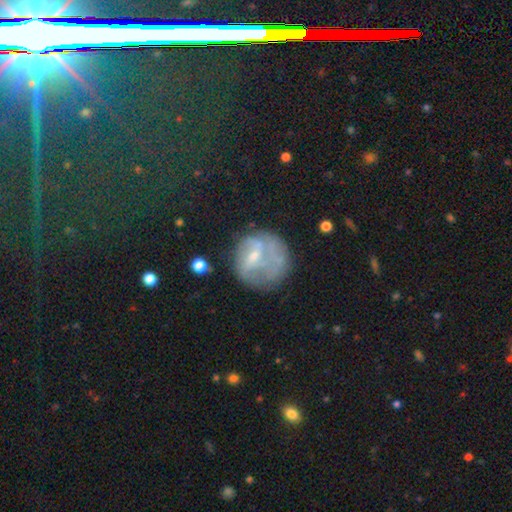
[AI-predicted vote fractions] A featured or disk galaxy (52%) with no bar (53%), no spiral arms (61%) and a small central bulge (59%).

Vote fractions:
- Smooth or featured? featured or disk: 52% / smooth: 36% / star or artifact: 12%
- Edge-on disk? no: 97% / yes: 3%
- Bar? no: 53% / weak: 37% / strong: 10%
- Spiral arms? no: 61% / yes: 39%
- Bulge size? small: 59% / moderate: 23% / none: 15% / large: 2% / dominant: 1%
- Merging? none: 48% / major disturbance: 25% / minor disturbance: 22% / merger: 5%